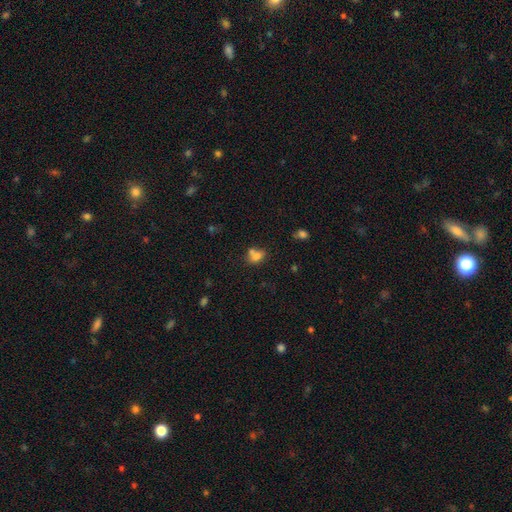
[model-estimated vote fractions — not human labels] Smooth or featured: smooth — 74% (featured or disk — 13%)
How rounded: in between — 58% (round — 40%)
Merging: merger — 44% (none — 39%)